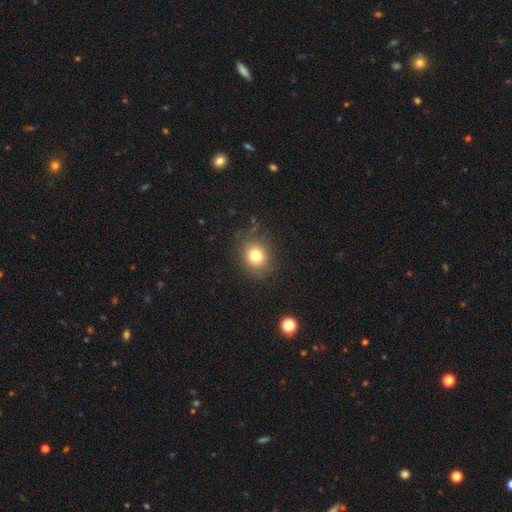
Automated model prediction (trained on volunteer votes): Smooth or featured?
  - smooth: 78% *
  - star or artifact: 13%
  - featured or disk: 9%
How rounded?
  - round: 73% *
  - in between: 26%
  - cigar-shaped: 1%
Merging?
  - none: 82% *
  - minor disturbance: 12%
  - major disturbance: 4%
  - merger: 2%